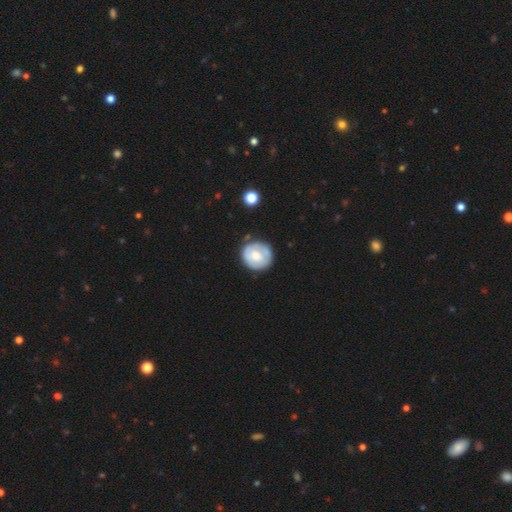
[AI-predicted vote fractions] Morphology: type=smooth (53%); roundness=round (86%); merging=none (75%).